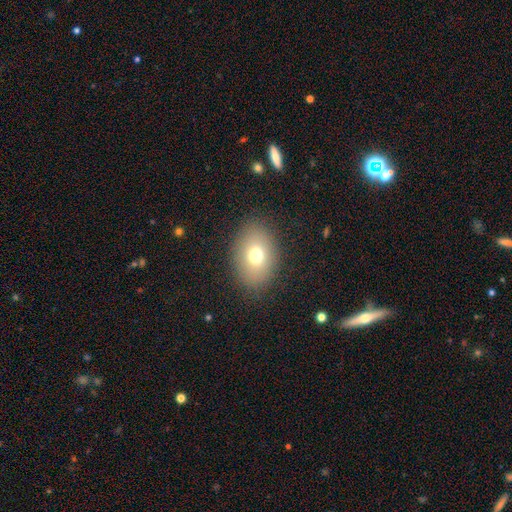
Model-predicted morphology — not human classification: Smooth or featured? smooth (73%)
How rounded? in between (75%)
Merging? none (86%)